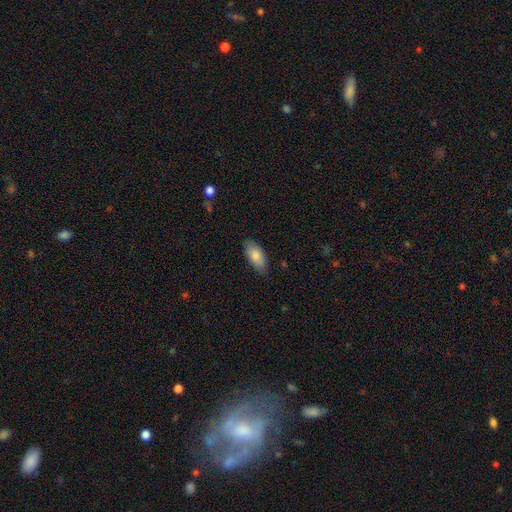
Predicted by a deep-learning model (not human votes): This appears to be a smooth galaxy with no disk features (84%) that is in between round and cigar-shaped (90%). Merging: none (81%).